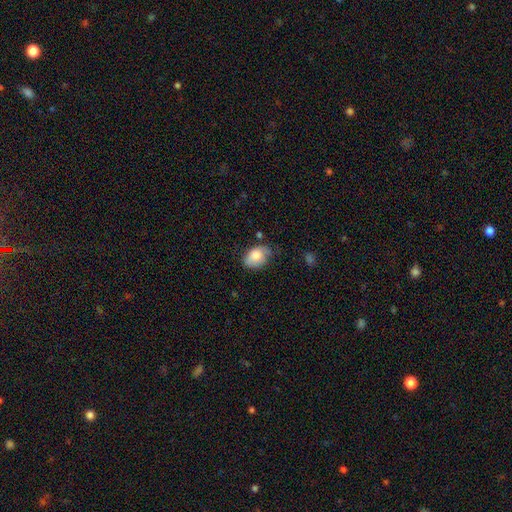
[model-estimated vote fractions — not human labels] This appears to be a smooth galaxy with no disk features (79%) that is in between round and cigar-shaped (85%). Merging: none (55%).